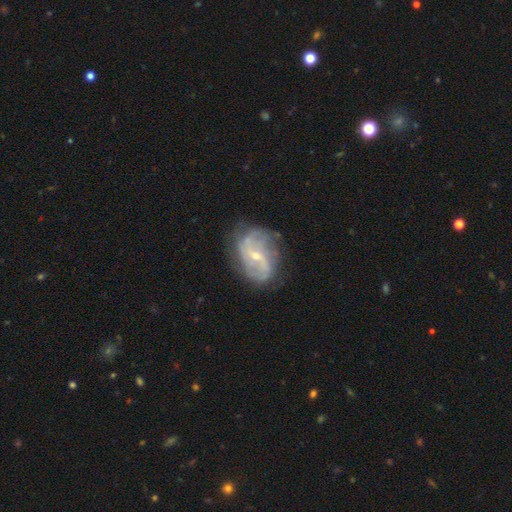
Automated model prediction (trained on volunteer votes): Smooth or featured: featured or disk — 82% (smooth — 11%)
Edge-on disk: no — 97% (yes — 3%)
Bar: weak — 45% (no — 37%)
Spiral arms: yes — 90% (no — 10%)
Spiral winding: loose — 47% (medium — 37%)
Spiral arm count: 2 — 70% (can't tell — 15%)
Bulge size: small — 70% (moderate — 27%)
Merging: none — 67% (minor disturbance — 22%)